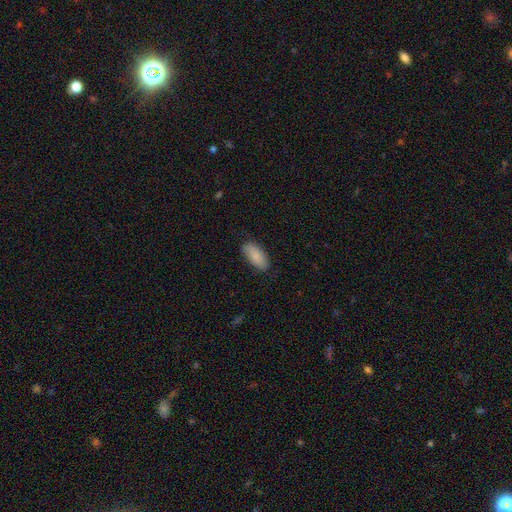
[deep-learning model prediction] smooth 85%, featured or disk 9%, star or artifact 6%. Down the decision tree: how rounded — in between (90%); merging — none (83%).